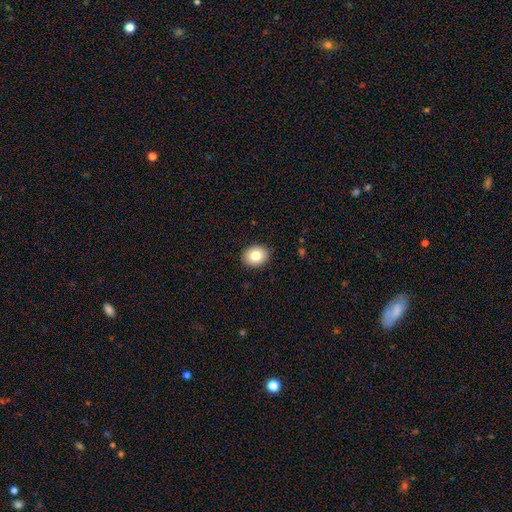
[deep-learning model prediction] Q: Smooth or featured?
A: smooth (82%); runner-up: featured or disk (9%)
Q: How rounded?
A: in between (50%); tied with: round (50%)
Q: Merging?
A: none (90%); runner-up: minor disturbance (7%)